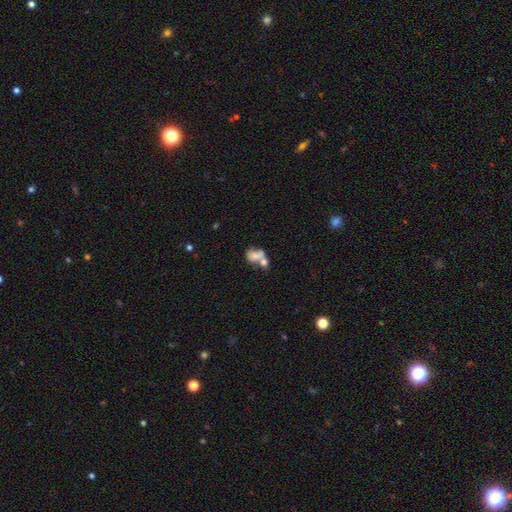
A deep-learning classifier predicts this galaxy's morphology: type=smooth (62%); roundness=in between (63%); merging=merger (64%).